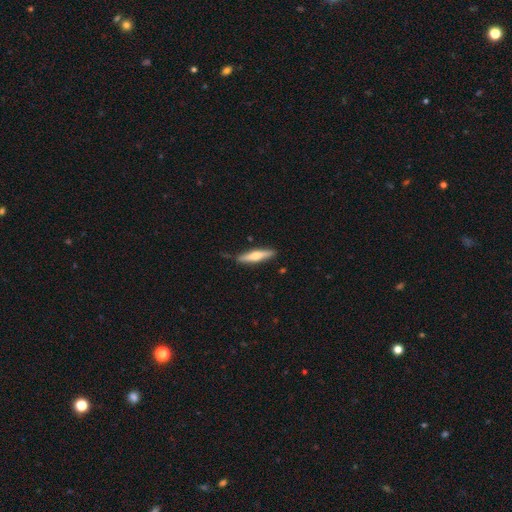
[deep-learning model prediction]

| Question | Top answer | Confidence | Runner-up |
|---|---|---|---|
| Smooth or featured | smooth | 48% | featured or disk (47%) |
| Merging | none | 85% | minor disturbance (12%) |